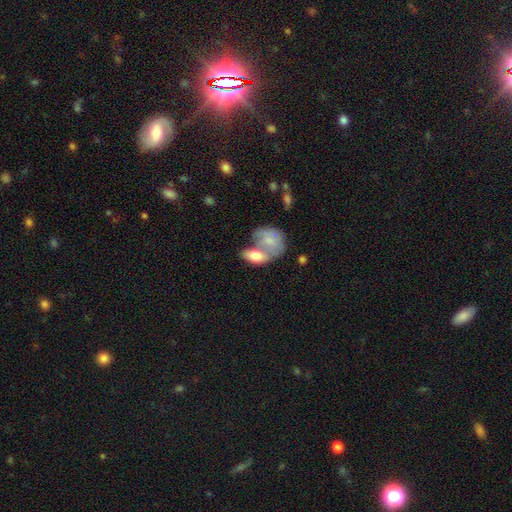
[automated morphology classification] Smooth or featured?
  - smooth: 72% *
  - featured or disk: 22%
  - star or artifact: 6%
How rounded?
  - in between: 83% *
  - round: 12%
  - cigar-shaped: 4%
Merging?
  - merger: 59% *
  - none: 23%
  - minor disturbance: 11%
  - major disturbance: 7%